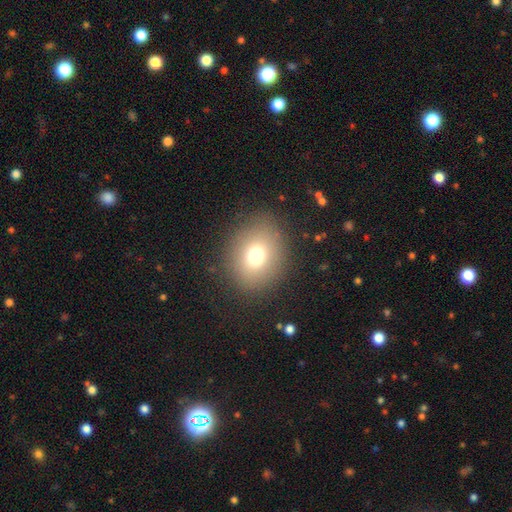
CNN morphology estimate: A smooth galaxy with no disk features (72%) that is round (63%).

Vote fractions:
- Smooth or featured? smooth: 72% / star or artifact: 15% / featured or disk: 12%
- How rounded? round: 63% / in between: 36% / cigar-shaped: 1%
- Merging? none: 85% / minor disturbance: 9% / major disturbance: 5% / merger: 1%